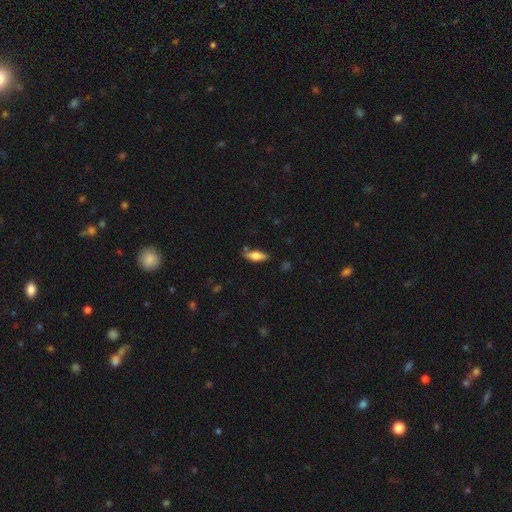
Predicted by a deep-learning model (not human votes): Morphology: type=smooth (67%); roundness=in between (65%); merging=none (77%).